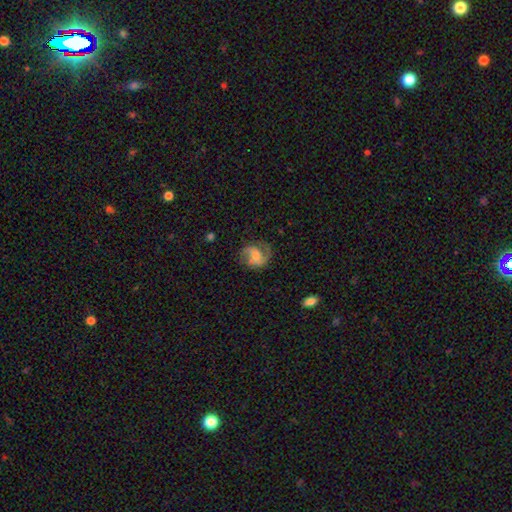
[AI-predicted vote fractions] The model was most divided on "bulge size": moderate: 48%, small: 44%, none: 4%, large: 3%, dominant: 1%. Remaining: edge-on disk — no (98%); spiral arms — yes (94%); spiral arm count — 2 (84%); smooth or featured — featured or disk (74%); merging — none (72%); bar — no (56%); spiral winding — medium (50%).